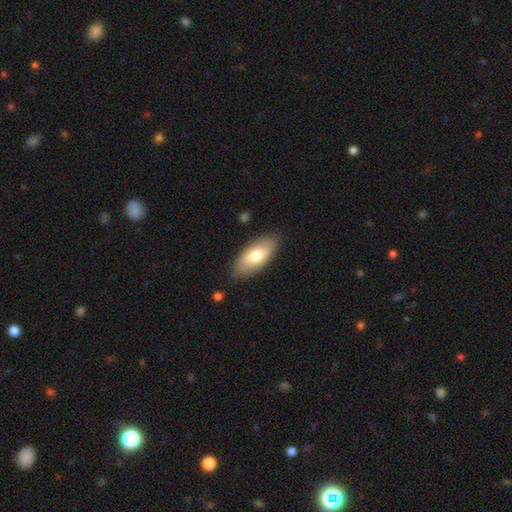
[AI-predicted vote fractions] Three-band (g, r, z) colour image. It shows a smooth galaxy with no disk features (72%) that is in between round and cigar-shaped (88%). Merging: none (86%).